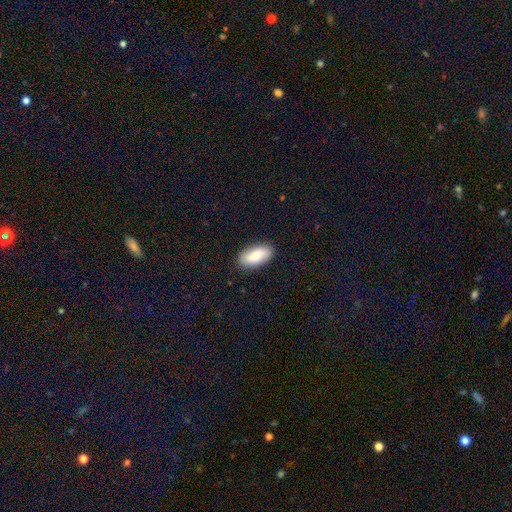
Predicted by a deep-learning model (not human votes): This is likely a smooth galaxy (80%). How rounded: clearly in between (89%). Merging: clearly none (88%).